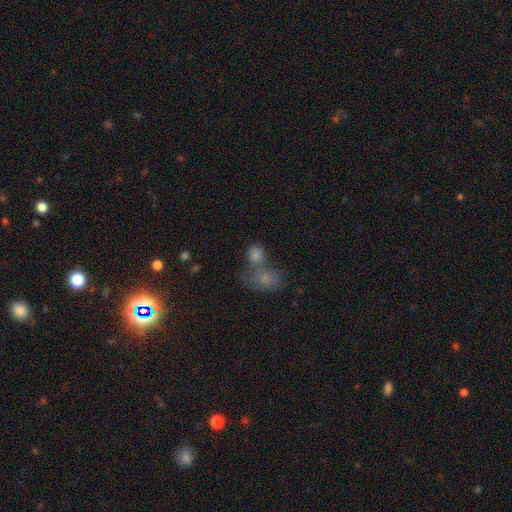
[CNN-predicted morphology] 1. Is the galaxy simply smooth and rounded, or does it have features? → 69% smooth, 18% star or artifact, 13% featured or disk.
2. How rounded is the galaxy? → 52% round, 46% in between, 2% cigar-shaped.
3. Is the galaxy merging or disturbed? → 46% merger, 39% none, 10% minor disturbance, 5% major disturbance.